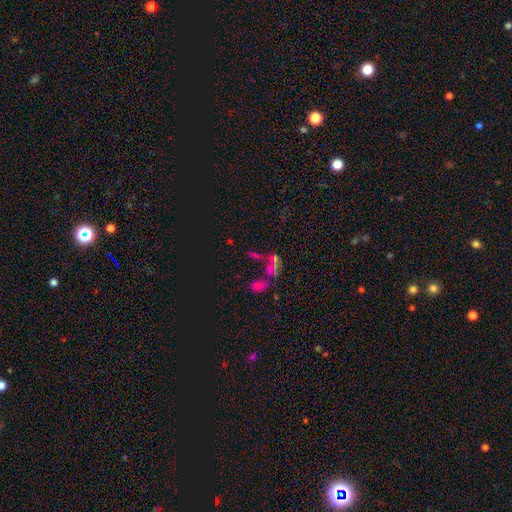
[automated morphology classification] This is possibly a star or artifact rather than a galaxy (47%).